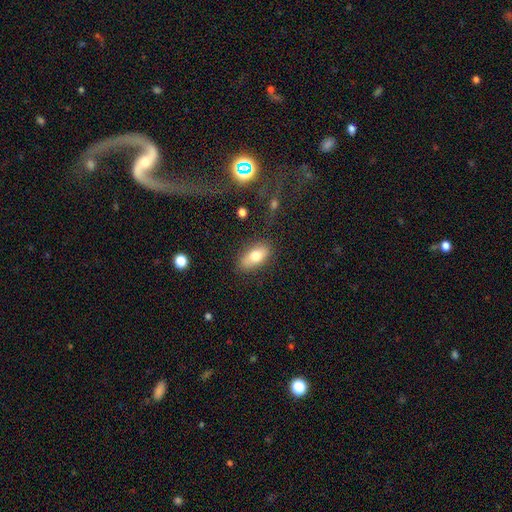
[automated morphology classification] Smooth or featured?
  - smooth: 75% *
  - featured or disk: 18%
  - star or artifact: 7%
How rounded?
  - in between: 88% *
  - cigar-shaped: 7%
  - round: 5%
Merging?
  - none: 81% *
  - minor disturbance: 13%
  - major disturbance: 3%
  - merger: 2%